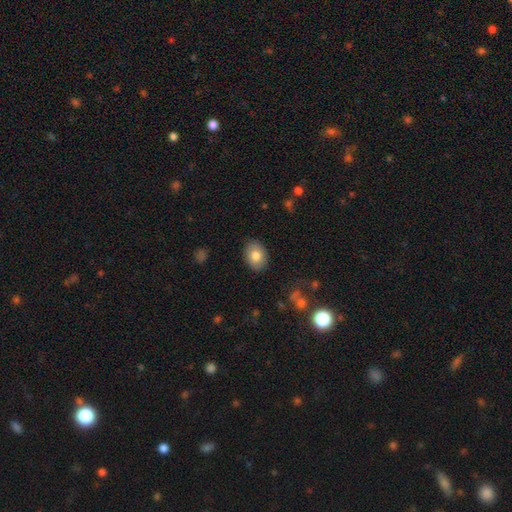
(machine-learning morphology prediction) smooth 79%, featured or disk 14%, star or artifact 7%. Down the decision tree: how rounded — in between (72%); merging — none (87%).